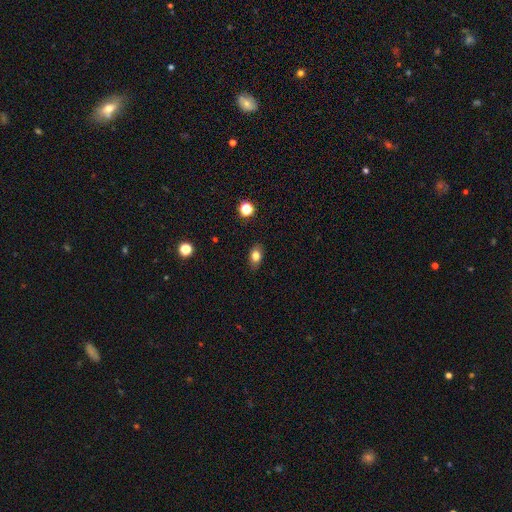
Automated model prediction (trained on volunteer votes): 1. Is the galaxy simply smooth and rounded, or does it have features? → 80% smooth, 10% star or artifact, 10% featured or disk.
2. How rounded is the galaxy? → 81% in between, 17% round, 2% cigar-shaped.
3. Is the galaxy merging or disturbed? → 85% none, 11% minor disturbance, 2% major disturbance, 1% merger.